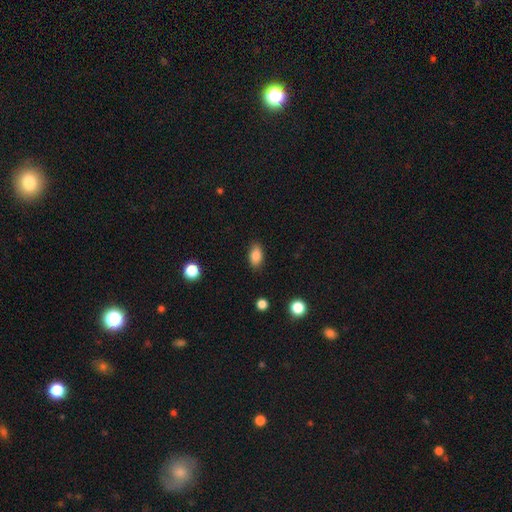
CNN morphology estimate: Smooth or featured?
  - smooth: 85% *
  - star or artifact: 9%
  - featured or disk: 7%
How rounded?
  - in between: 89% *
  - round: 7%
  - cigar-shaped: 4%
Merging?
  - none: 86% *
  - minor disturbance: 10%
  - major disturbance: 2%
  - merger: 1%